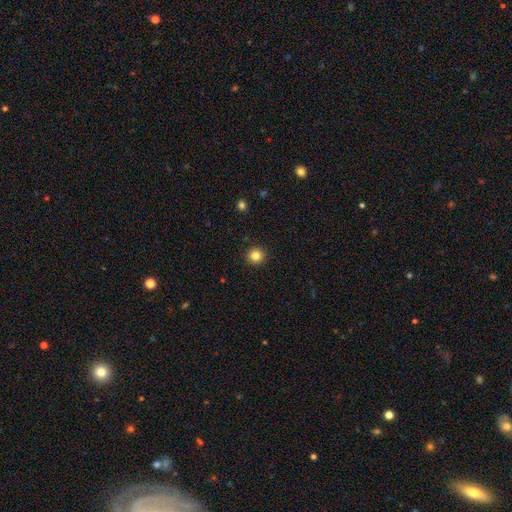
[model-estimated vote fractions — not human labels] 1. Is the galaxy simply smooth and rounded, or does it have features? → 83% smooth, 12% star or artifact, 5% featured or disk.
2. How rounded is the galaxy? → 94% round, 5% in between, 1% cigar-shaped.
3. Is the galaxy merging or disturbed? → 93% none, 4% minor disturbance, 2% major disturbance, 1% merger.